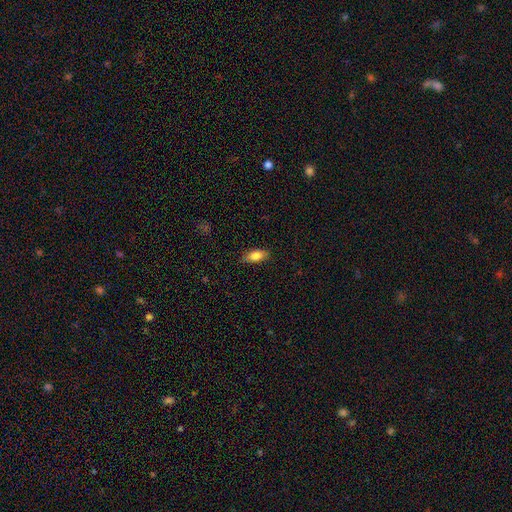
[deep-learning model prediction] smooth 81%, featured or disk 12%, star or artifact 7%. Down the decision tree: how rounded — in between (83%); merging — none (84%).